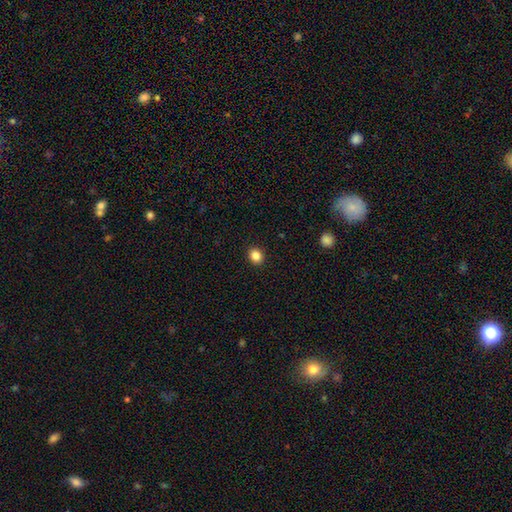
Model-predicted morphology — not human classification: Smooth or featured? smooth (86%)
How rounded? round (70%)
Merging? none (92%)